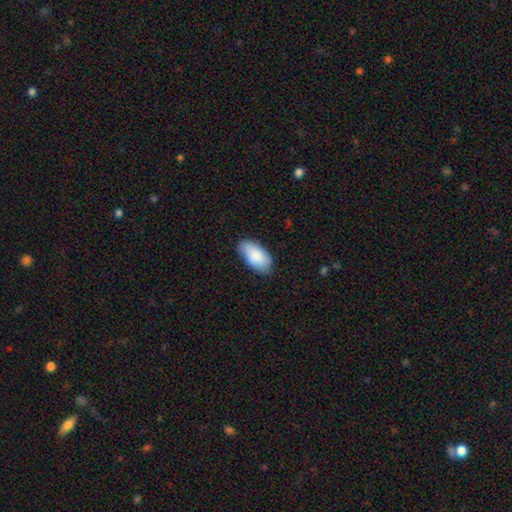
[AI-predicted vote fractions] A smooth galaxy with no disk features (86%) that is in between round and cigar-shaped (94%).

Vote fractions:
- Smooth or featured? smooth: 86% / featured or disk: 8% / star or artifact: 6%
- How rounded? in between: 94% / cigar-shaped: 3% / round: 3%
- Merging? none: 76% / minor disturbance: 20% / major disturbance: 3% / merger: 1%